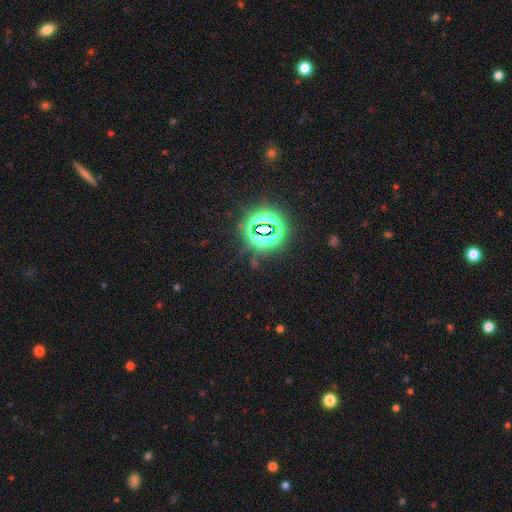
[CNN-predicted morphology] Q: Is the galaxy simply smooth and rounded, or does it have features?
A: star or artifact — 81%.